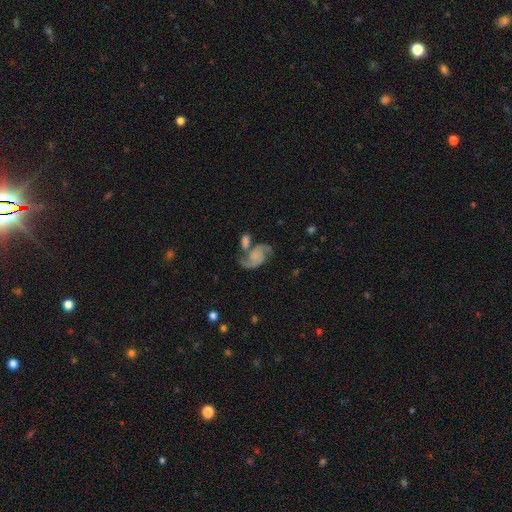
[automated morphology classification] Q: Smooth or featured?
A: featured or disk (83%); runner-up: smooth (10%)
Q: Edge-on disk?
A: no (98%); runner-up: yes (2%)
Q: Bar?
A: no (69%); runner-up: weak (25%)
Q: Spiral arms?
A: yes (96%); runner-up: no (4%)
Q: Spiral winding?
A: loose (45%); runner-up: medium (43%)
Q: Spiral arm count?
A: 2 (92%); runner-up: can't tell (2%)
Q: Bulge size?
A: none (52%); runner-up: small (24%)
Q: Merging?
A: none (44%); runner-up: merger (28%)